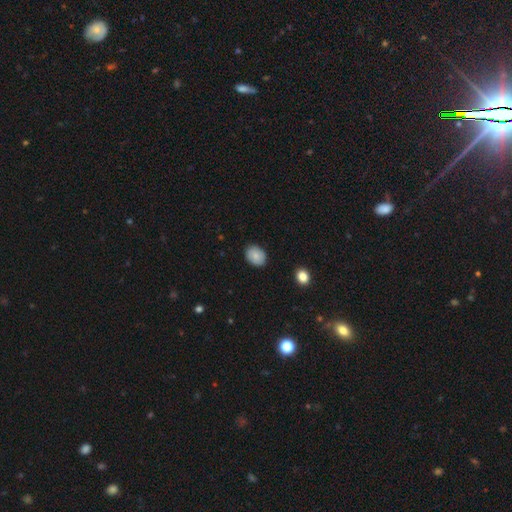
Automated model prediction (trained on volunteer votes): The model was most divided on "how rounded": in between: 57%, round: 42%, cigar-shaped: 1%. More confident: merging — none (87%); smooth or featured — smooth (82%).